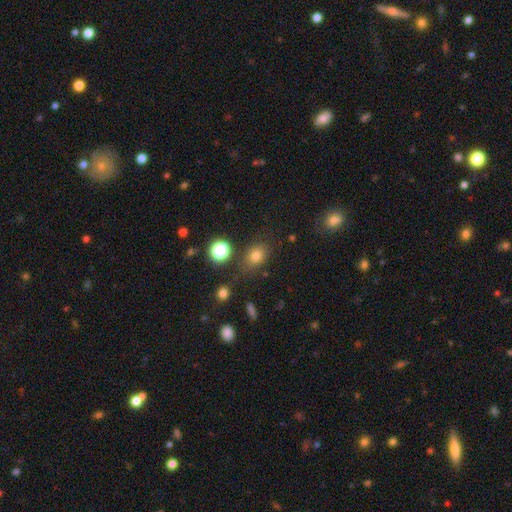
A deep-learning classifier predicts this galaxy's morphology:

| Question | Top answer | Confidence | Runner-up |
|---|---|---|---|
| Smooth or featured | smooth | 74% | star or artifact (17%) |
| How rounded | in between | 58% | round (40%) |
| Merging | none | 77% | minor disturbance (13%) |